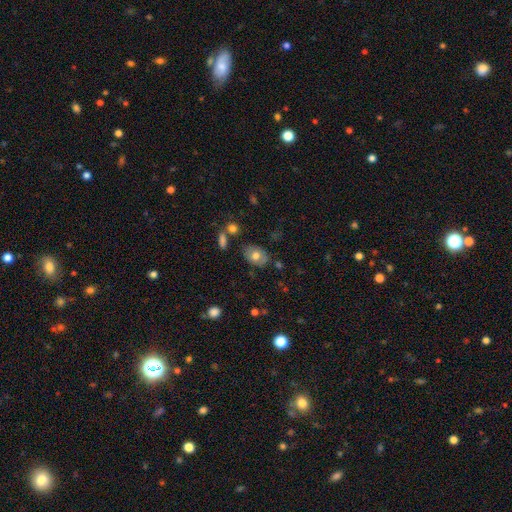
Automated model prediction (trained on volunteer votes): Smooth or featured? smooth (72%)
How rounded? in between (80%)
Merging? none (78%)